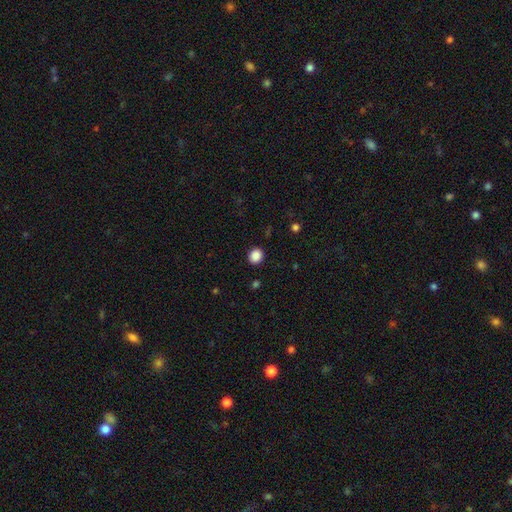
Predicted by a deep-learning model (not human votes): Q: Smooth or featured?
A: smooth (88%); runner-up: star or artifact (10%)
Q: How rounded?
A: round (80%); runner-up: in between (20%)
Q: Merging?
A: none (91%); runner-up: minor disturbance (6%)